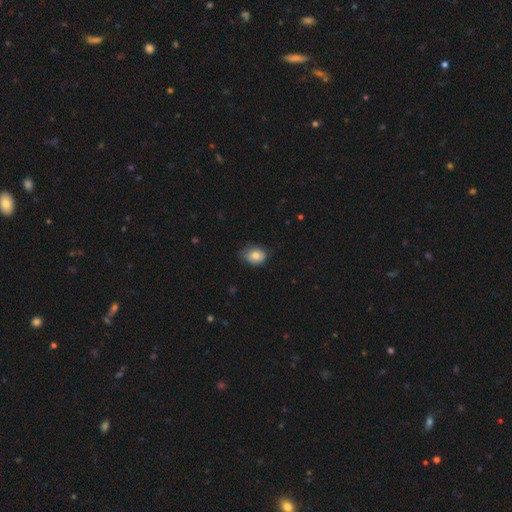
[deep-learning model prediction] smooth-or-featured: smooth: 81% | featured or disk: 10% | star or artifact: 8%
  how-rounded: in between: 66% | round: 33% | cigar-shaped: 1%
  merging: none: 63% | minor disturbance: 31% | major disturbance: 6% | merger: 1%